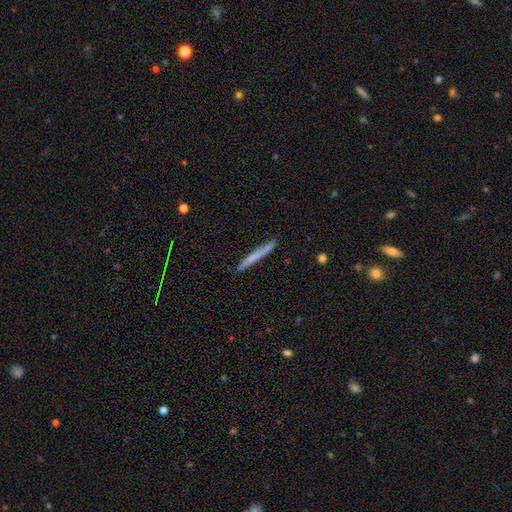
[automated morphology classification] The model was most divided on "smooth or featured": smooth: 57%, featured or disk: 37%, star or artifact: 6%. More confident: how rounded — cigar-shaped (97%); merging — none (90%).